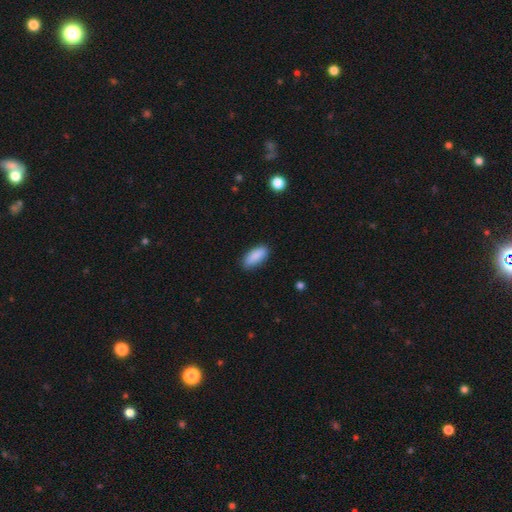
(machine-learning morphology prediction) A smooth galaxy with no disk features (89%) that is in between round and cigar-shaped (81%). Merging: none (85%).